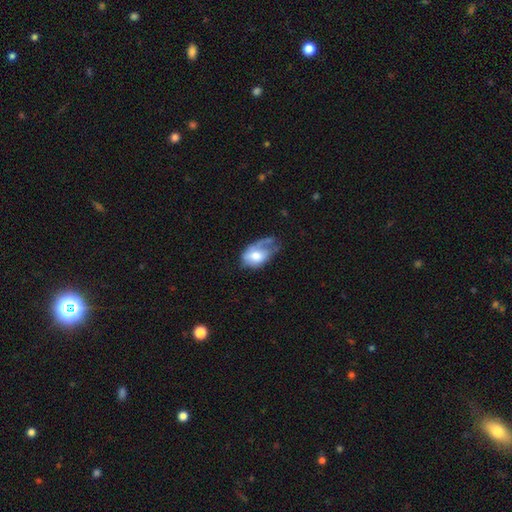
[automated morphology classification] Overall: smooth (54%; featured or disk 39%). How rounded: in between (85%). Merging: major disturbance (42%; minor disturbance 30%).